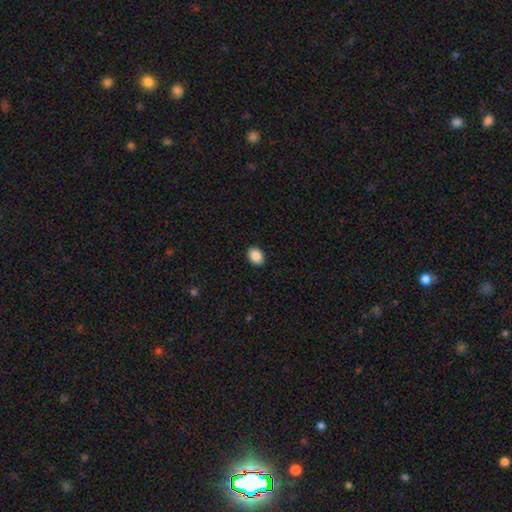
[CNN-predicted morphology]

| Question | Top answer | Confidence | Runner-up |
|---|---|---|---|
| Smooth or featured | smooth | 89% | star or artifact (8%) |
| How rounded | in between | 61% | round (38%) |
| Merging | none | 91% | minor disturbance (6%) |